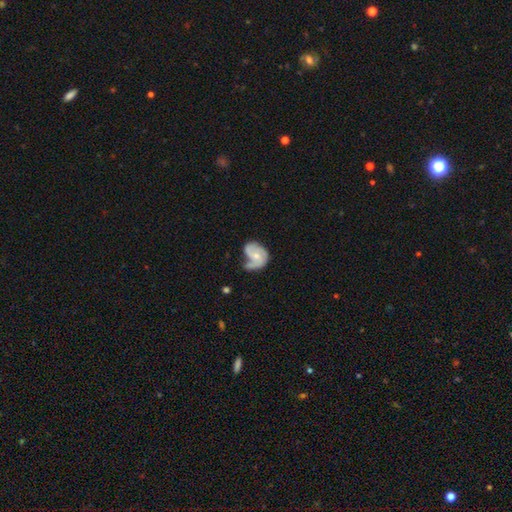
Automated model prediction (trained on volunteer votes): Smooth or featured: featured or disk — 73% (smooth — 21%)
Edge-on disk: no — 98% (yes — 2%)
Bar: no — 67% (weak — 28%)
Spiral arms: yes — 90% (no — 10%)
Spiral winding: medium — 42% (tight — 34%)
Spiral arm count: 2 — 48% (1 — 24%)
Bulge size: small — 52% (moderate — 43%)
Merging: none — 34% (minor disturbance — 33%)